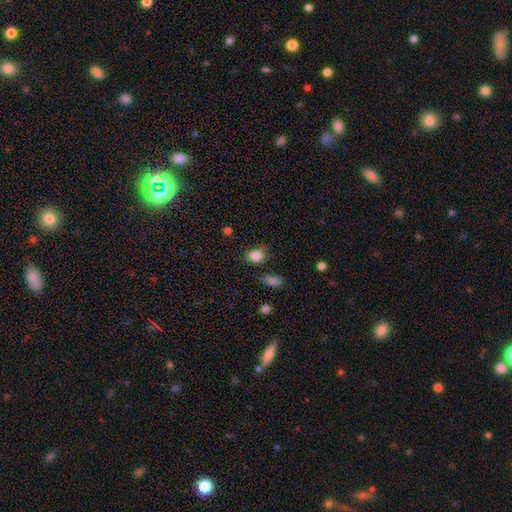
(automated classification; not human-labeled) Q: Smooth or featured?
A: smooth (84%); runner-up: star or artifact (10%)
Q: How rounded?
A: in between (62%); runner-up: round (37%)
Q: Merging?
A: none (71%); runner-up: minor disturbance (22%)